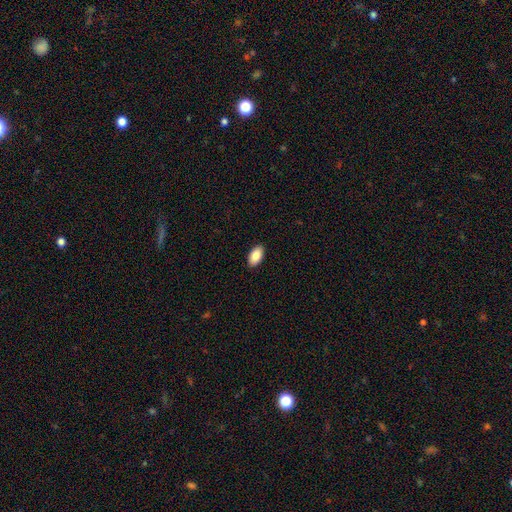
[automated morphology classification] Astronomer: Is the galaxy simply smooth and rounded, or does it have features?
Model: smooth — 87%.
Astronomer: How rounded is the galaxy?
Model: in between — 95%.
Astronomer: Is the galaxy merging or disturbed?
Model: none — 90%.